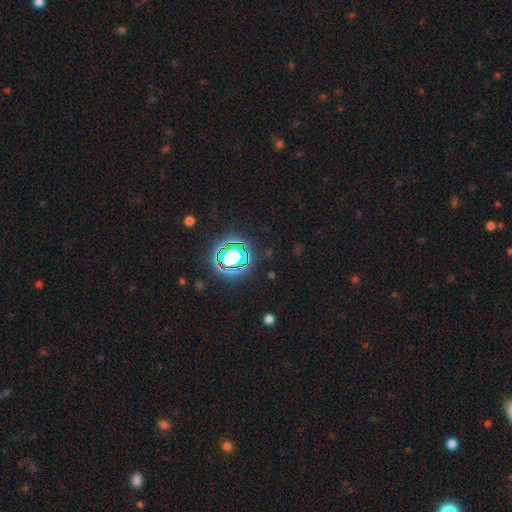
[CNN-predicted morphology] type=star or artifact (79%).